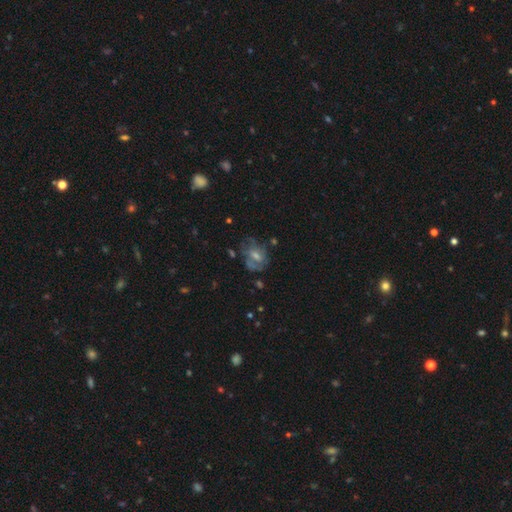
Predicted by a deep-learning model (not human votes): Smooth or featured? Predicted: featured or disk (p=0.54). Edge-on disk? Predicted: no (p=0.96). Bar? Predicted: no (p=0.52). Spiral arms? Predicted: yes (p=0.62). Bulge size? Predicted: moderate (p=0.48). Merging? Predicted: none (p=0.60).